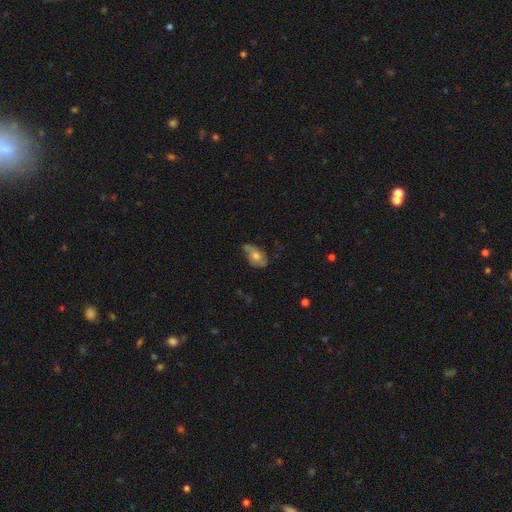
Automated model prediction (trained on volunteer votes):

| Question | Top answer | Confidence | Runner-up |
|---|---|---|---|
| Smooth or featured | smooth | 52% | featured or disk (39%) |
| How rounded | in between | 86% | round (12%) |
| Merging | none | 42% | minor disturbance (38%) |